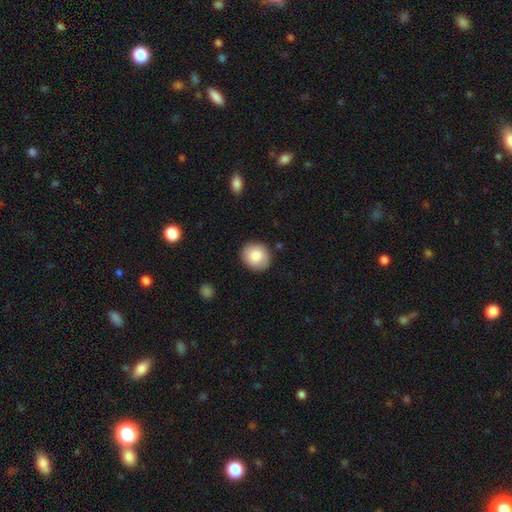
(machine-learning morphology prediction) This is clearly a smooth galaxy (86%). How rounded: clearly round (84%). Merging: clearly none (88%).